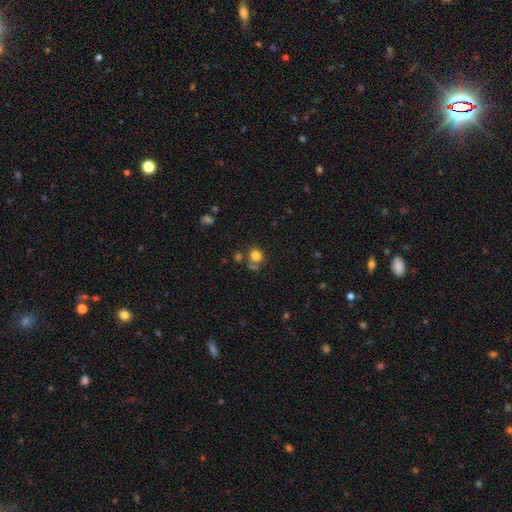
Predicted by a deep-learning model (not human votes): Smooth or featured? Predicted: smooth (p=0.79). How rounded? Predicted: round (p=0.84). Merging? Predicted: none (p=0.63).